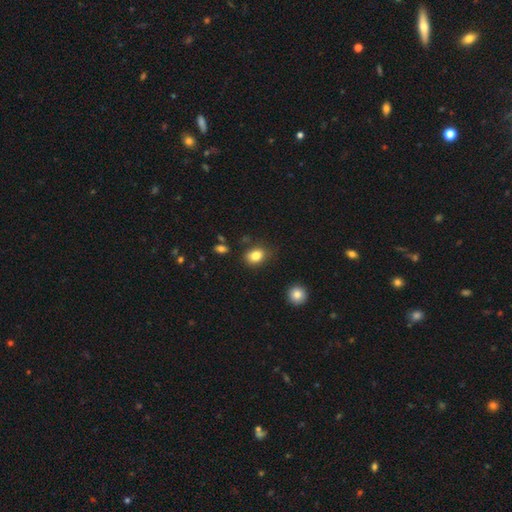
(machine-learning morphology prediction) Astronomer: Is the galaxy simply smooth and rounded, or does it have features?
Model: smooth — 83%.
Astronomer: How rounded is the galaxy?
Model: in between — 57% (runner-up: round, 42%).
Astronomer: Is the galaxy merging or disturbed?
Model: none — 80%.